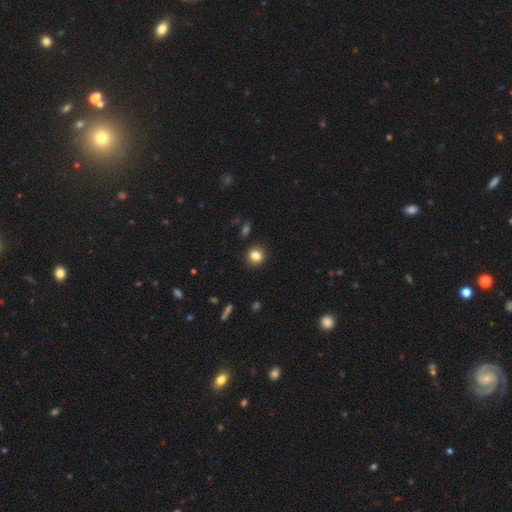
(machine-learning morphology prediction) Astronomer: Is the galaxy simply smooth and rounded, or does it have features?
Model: smooth — 83%.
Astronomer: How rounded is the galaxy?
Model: round — 77%.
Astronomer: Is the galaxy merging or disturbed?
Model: none — 88%.